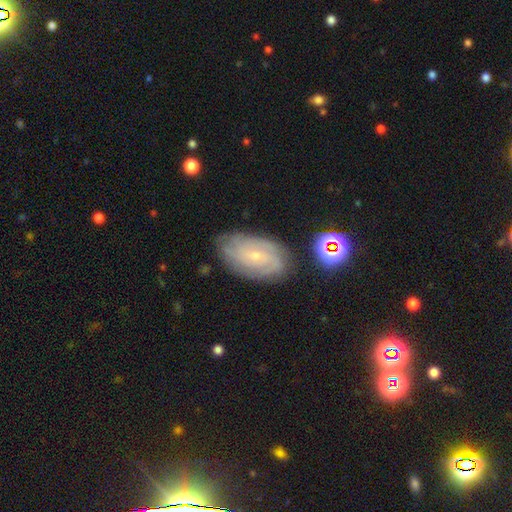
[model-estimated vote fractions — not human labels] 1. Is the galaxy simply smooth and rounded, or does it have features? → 74% featured or disk, 17% smooth, 9% star or artifact.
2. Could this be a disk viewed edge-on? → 95% no, 5% yes.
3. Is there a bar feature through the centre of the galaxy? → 62% no, 31% weak, 7% strong.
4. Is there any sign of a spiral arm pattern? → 91% yes, 9% no.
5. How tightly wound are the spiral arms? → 66% tight, 26% medium, 7% loose.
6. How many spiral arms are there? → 45% can't tell, 21% 2, 14% 3, 10% 4, 5% more than 4, 5% 1.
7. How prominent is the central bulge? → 82% small, 14% moderate, 2% none, 1% large, 1% dominant.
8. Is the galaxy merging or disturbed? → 76% none, 17% minor disturbance, 5% major disturbance, 2% merger.